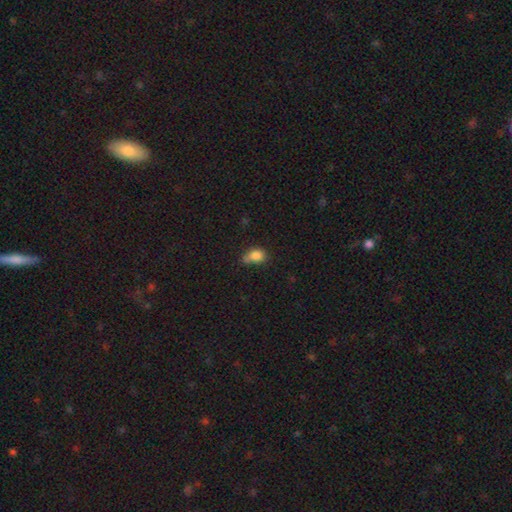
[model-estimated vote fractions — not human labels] This is clearly a smooth galaxy (83%). How rounded: possibly in between (53%). Merging: marginally none (42%).